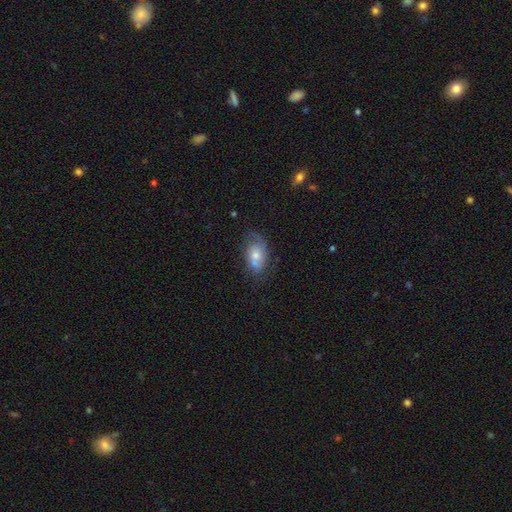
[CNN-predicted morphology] Smooth or featured?
  - featured or disk: 47% *
  - smooth: 44%
  - star or artifact: 9%
Merging?
  - none: 63% *
  - minor disturbance: 25%
  - major disturbance: 10%
  - merger: 2%